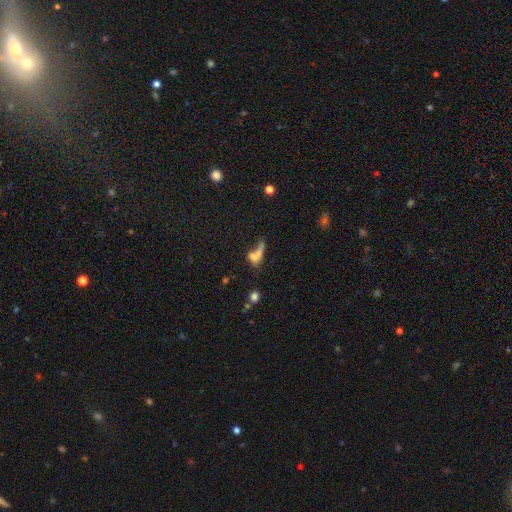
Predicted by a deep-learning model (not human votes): Smooth or featured?
  - smooth: 58% *
  - featured or disk: 25%
  - star or artifact: 17%
How rounded?
  - in between: 47% *
  - cigar-shaped: 37%
  - round: 16%
Merging?
  - merger: 37% *
  - none: 25%
  - major disturbance: 24%
  - minor disturbance: 13%